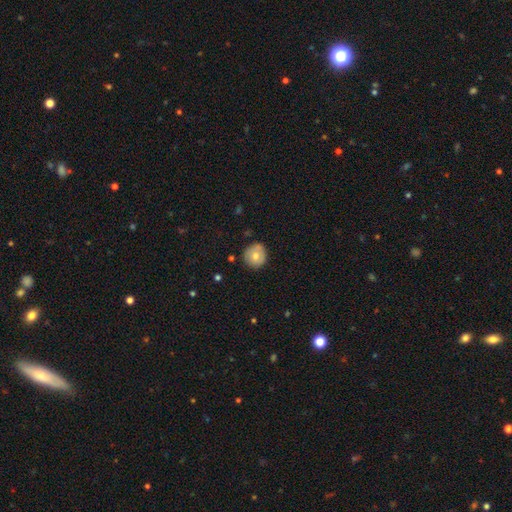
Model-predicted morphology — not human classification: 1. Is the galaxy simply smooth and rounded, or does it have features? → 71% smooth, 21% featured or disk, 8% star or artifact.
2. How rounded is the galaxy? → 90% round, 9% in between, 1% cigar-shaped.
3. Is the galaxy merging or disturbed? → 79% none, 16% minor disturbance, 3% major disturbance, 2% merger.